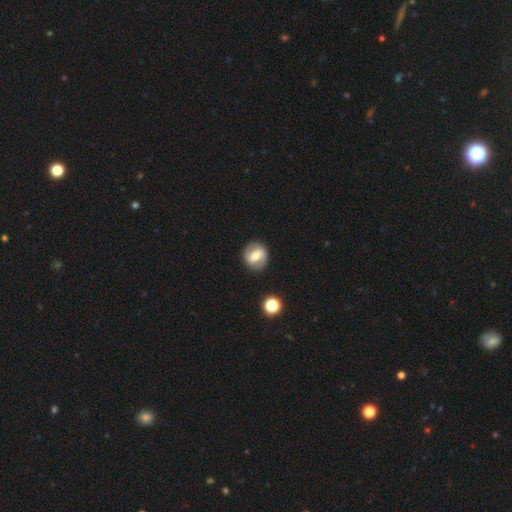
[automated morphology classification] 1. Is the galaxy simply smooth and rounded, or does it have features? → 57% featured or disk, 35% smooth, 7% star or artifact.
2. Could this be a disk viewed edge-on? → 96% no, 4% yes.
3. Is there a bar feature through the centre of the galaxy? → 41% weak (tied), 41% strong (tied), 18% no.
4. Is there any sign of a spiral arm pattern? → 71% yes, 29% no.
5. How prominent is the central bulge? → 67% moderate, 20% small, 10% large, 2% none, 1% dominant.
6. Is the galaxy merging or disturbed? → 86% none, 9% minor disturbance, 3% major disturbance, 2% merger.